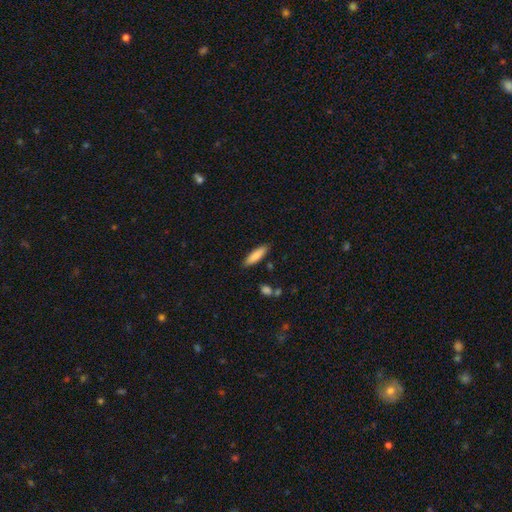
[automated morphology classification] smooth 85%, featured or disk 9%, star or artifact 6%. Down the decision tree: how rounded — cigar-shaped (63%); merging — none (86%).